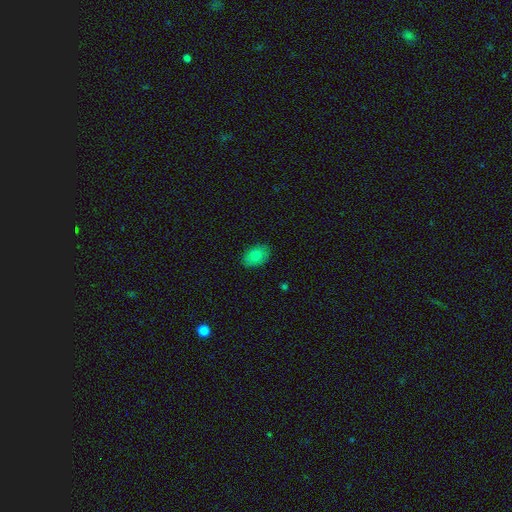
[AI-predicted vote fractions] A smooth galaxy with no disk features (83%) that is in between round and cigar-shaped (88%). Merging: none (85%).